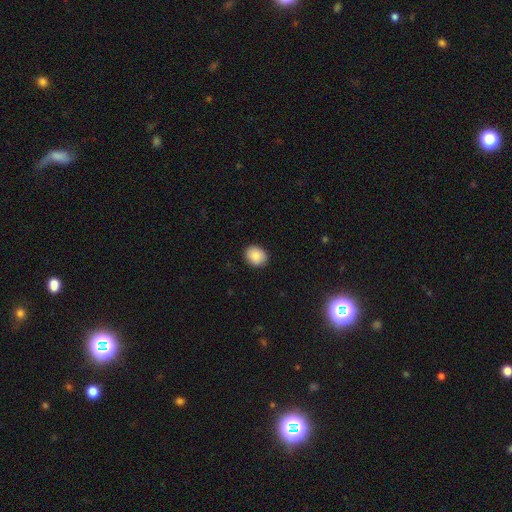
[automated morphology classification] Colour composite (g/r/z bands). It shows a smooth galaxy with no disk features (88%) that is round (55%). Merging: none (89%).